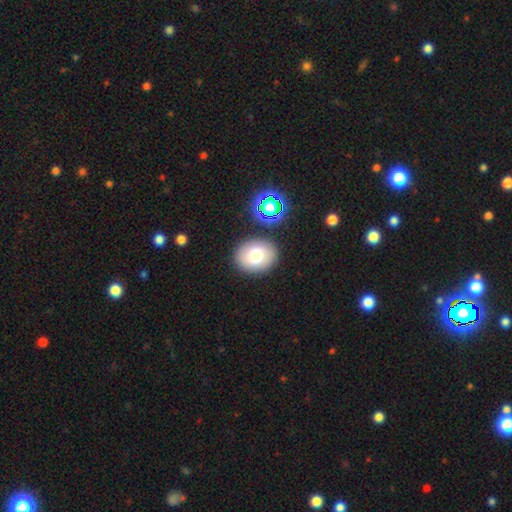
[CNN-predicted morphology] A smooth galaxy with no disk features (76%) that is in between round and cigar-shaped (51%). Merging: none (86%).